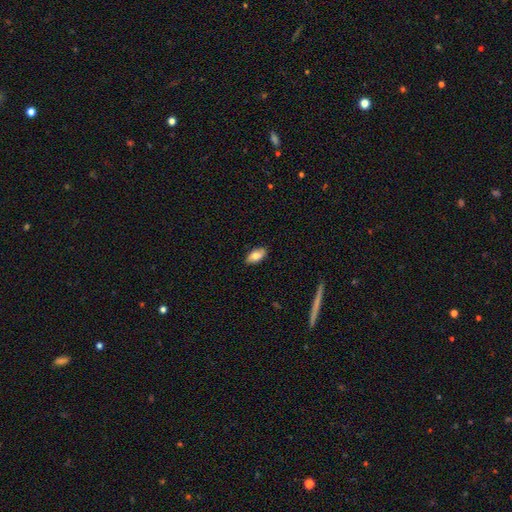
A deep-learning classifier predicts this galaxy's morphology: Smooth or featured: smooth — 81% (featured or disk — 13%)
How rounded: in between — 89% (cigar-shaped — 8%)
Merging: none — 87% (minor disturbance — 10%)